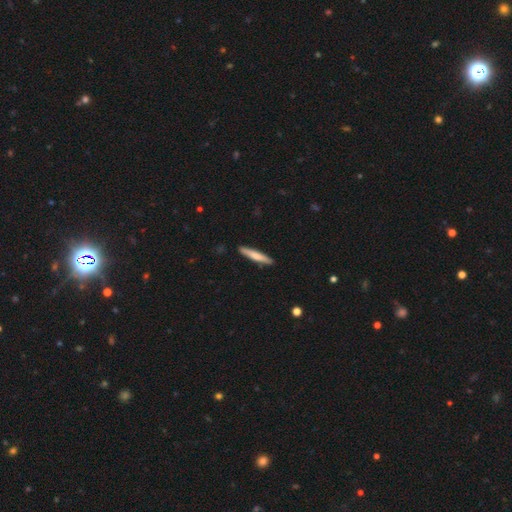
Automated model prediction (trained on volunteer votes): Overall: smooth (70%). How rounded: cigar-shaped (92%). Merging: none (90%).